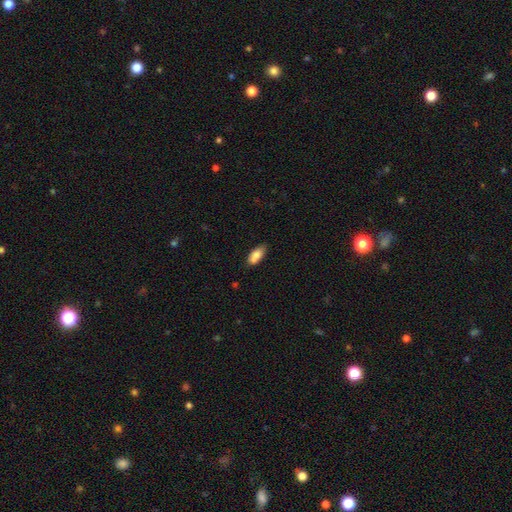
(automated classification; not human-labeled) smooth_or_featured: smooth (p=0.80) [alt: featured or disk p=0.13]
how_rounded: in between (p=0.82) [alt: cigar-shaped p=0.15]
merging: none (p=0.63) [alt: minor disturbance p=0.22]